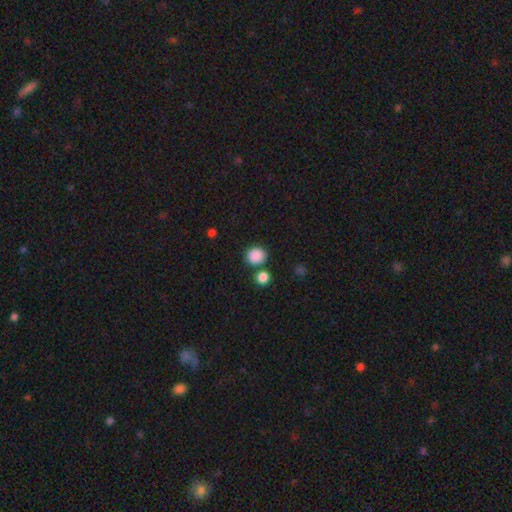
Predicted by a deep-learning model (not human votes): This appears to be a smooth galaxy with no disk features (87%) that is round (78%). Merging: none (75%).